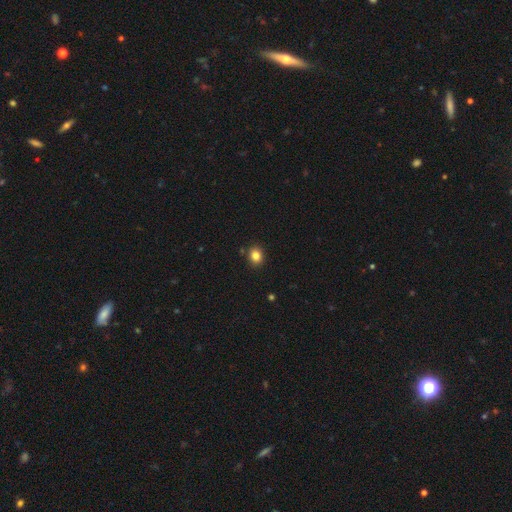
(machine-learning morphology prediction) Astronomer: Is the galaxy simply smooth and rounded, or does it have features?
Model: smooth — 84%.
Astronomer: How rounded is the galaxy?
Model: round — 62%.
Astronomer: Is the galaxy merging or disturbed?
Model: none — 88%.